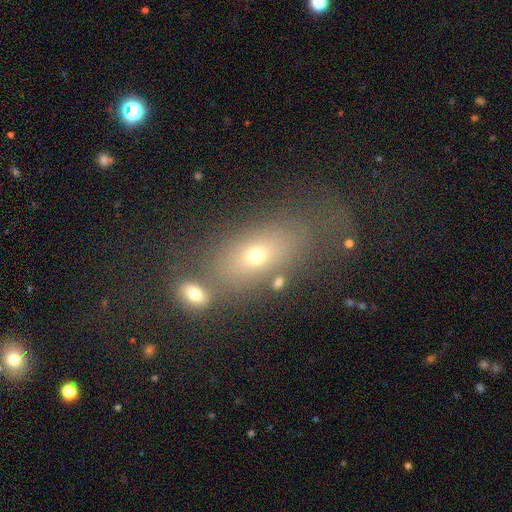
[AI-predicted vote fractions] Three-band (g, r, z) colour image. It shows a smooth galaxy with no disk features (60%) that is in between round and cigar-shaped (76%). Merging: none (51%).